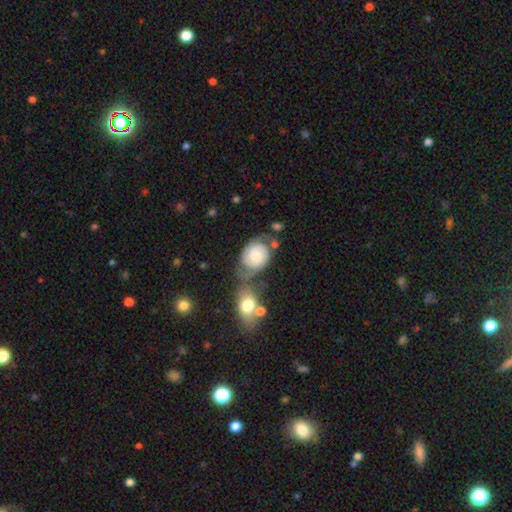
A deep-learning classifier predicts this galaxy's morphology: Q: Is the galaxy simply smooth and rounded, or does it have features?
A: featured or disk — 68%.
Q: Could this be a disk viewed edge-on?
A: no — 98%.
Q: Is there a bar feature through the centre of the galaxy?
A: no — 63%.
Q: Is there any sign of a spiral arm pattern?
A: yes — 92%.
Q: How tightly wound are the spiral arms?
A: tight — 51%.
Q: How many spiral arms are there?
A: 2 — 84%.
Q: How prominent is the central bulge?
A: moderate — 43%.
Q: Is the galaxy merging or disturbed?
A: none — 43%.